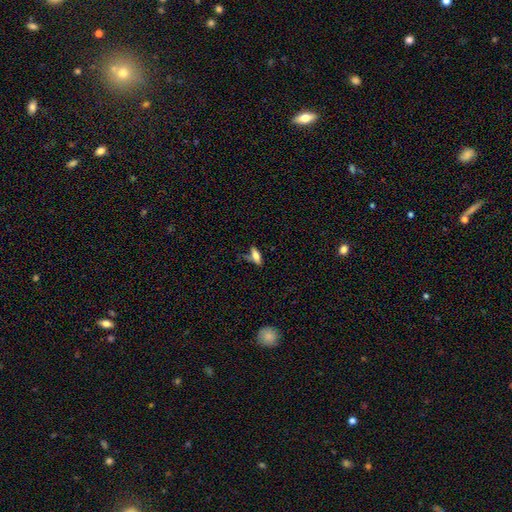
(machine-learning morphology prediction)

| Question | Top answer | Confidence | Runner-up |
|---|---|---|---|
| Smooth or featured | smooth | 65% | featured or disk (26%) |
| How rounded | in between | 64% | cigar-shaped (33%) |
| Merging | none | 64% | minor disturbance (20%) |